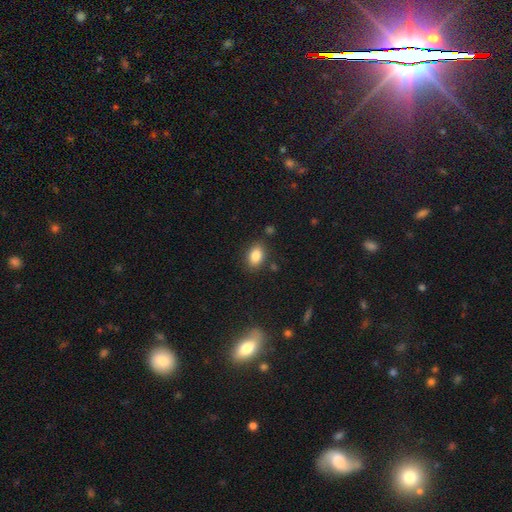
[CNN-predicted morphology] Smooth or featured? Predicted: smooth (p=0.84). How rounded? Predicted: in between (p=0.82). Merging? Predicted: none (p=0.83).